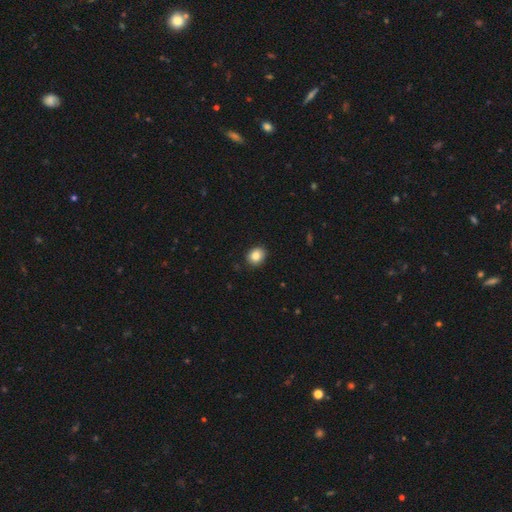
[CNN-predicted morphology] A smooth galaxy with no disk features (86%) that is round (54%). Merging: none (88%).